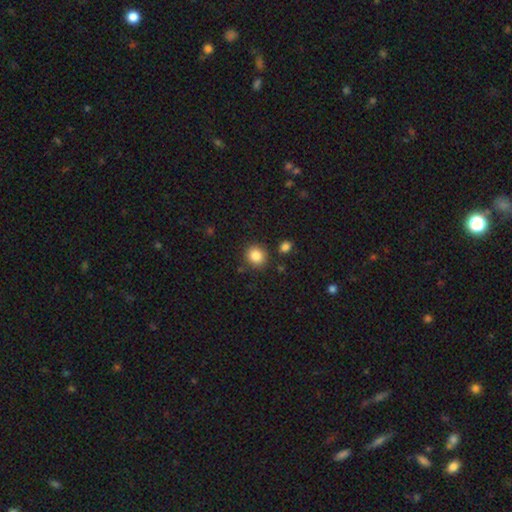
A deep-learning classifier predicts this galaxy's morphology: A smooth galaxy with no disk features (86%) that is round (84%).

Vote fractions:
- Smooth or featured? smooth: 86% / star or artifact: 10% / featured or disk: 5%
- How rounded? round: 84% / in between: 15% / cigar-shaped: 1%
- Merging? none: 84% / minor disturbance: 9% / merger: 4% / major disturbance: 3%